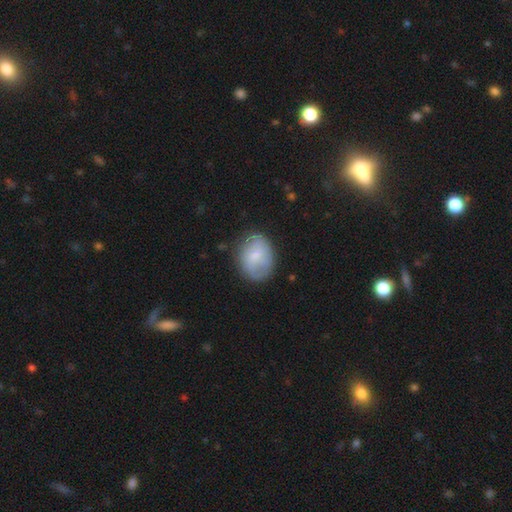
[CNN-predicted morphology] This appears to be a smooth galaxy with no disk features (58%) that is in between round and cigar-shaped (61%). Merging: none (69%).